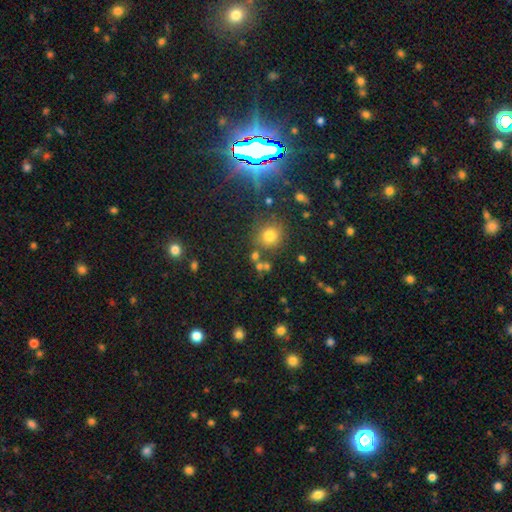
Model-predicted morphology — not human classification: Smooth or featured?
  - smooth: 53% *
  - star or artifact: 38%
  - featured or disk: 9%
How rounded?
  - round: 83% *
  - in between: 15%
  - cigar-shaped: 2%
Merging?
  - none: 77% *
  - merger: 10%
  - minor disturbance: 9%
  - major disturbance: 4%